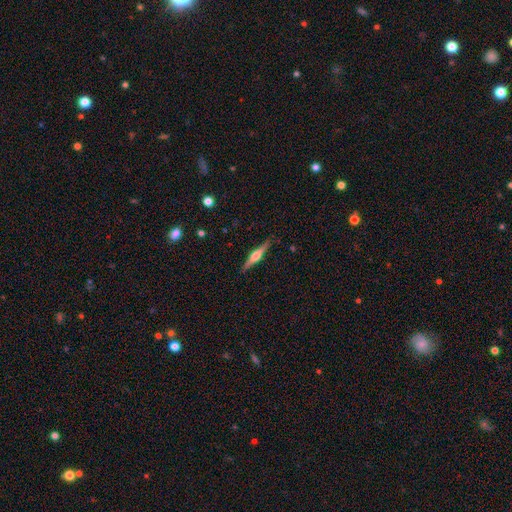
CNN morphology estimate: smooth-or-featured: featured or disk: 74% | smooth: 20% | star or artifact: 5%
  disk-edge-on: yes: 98% | no: 2%
    edge-on-bulge: rounded: 87% | boxy: 9% | none: 3%
  merging: none: 90% | minor disturbance: 7% | major disturbance: 2% | merger: 1%